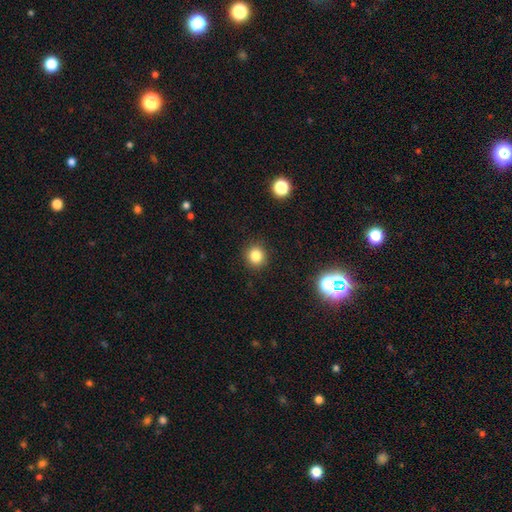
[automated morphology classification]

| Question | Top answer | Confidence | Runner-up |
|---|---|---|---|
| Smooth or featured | smooth | 83% | star or artifact (12%) |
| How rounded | round | 91% | in between (8%) |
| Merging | none | 91% | minor disturbance (6%) |